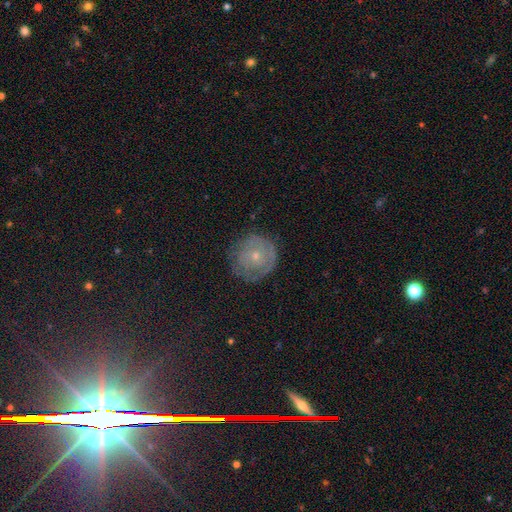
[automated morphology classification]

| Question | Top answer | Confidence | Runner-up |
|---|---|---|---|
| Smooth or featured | featured or disk | 50% | smooth (40%) |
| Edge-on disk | no | 97% | yes (3%) |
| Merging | none | 74% | minor disturbance (18%) |